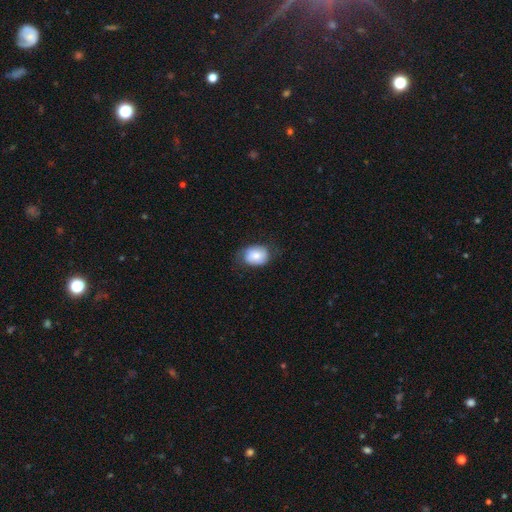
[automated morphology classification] This appears to be a smooth galaxy with no disk features (74%) that is in between round and cigar-shaped (63%). Merging: none (64%).